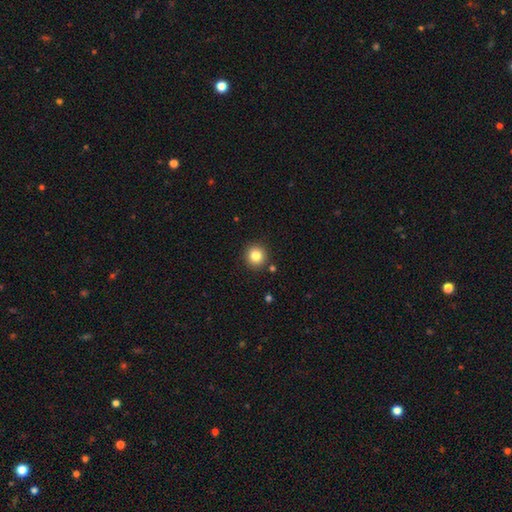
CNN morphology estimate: This appears to be a smooth galaxy with no disk features (83%) that is round (94%). Merging: none (90%).